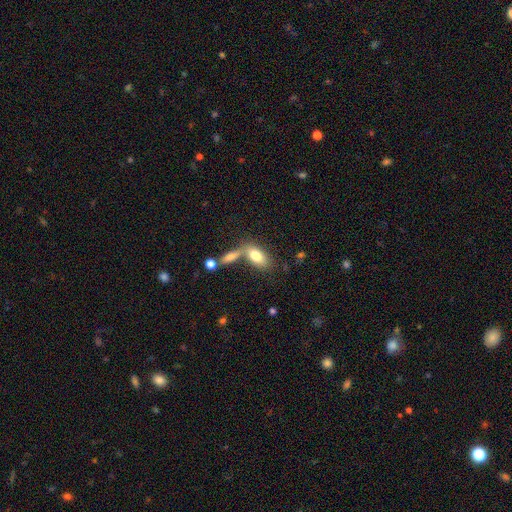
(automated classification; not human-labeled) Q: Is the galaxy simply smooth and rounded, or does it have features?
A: smooth — 77%.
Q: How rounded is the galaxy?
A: in between — 87%.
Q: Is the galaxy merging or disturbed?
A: merger — 43%.